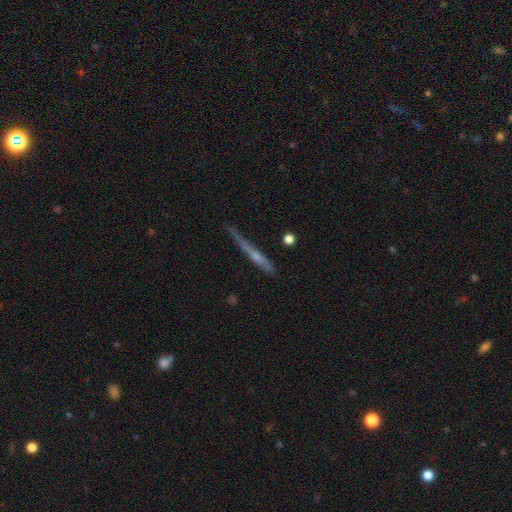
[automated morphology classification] Q: Smooth or featured?
A: featured or disk (53%); runner-up: smooth (39%)
Q: Edge-on disk?
A: yes (92%); runner-up: no (8%)
Q: Merging?
A: none (66%); runner-up: minor disturbance (23%)